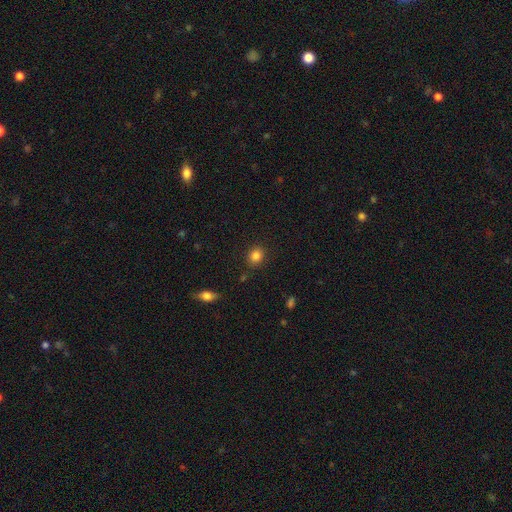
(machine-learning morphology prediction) Smooth or featured? smooth (84%)
How rounded? round (68%)
Merging? none (87%)